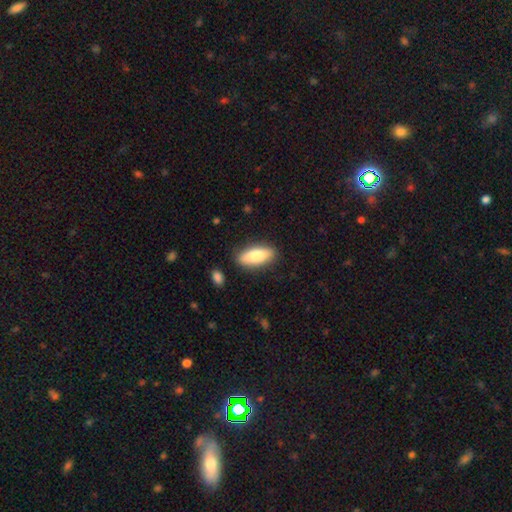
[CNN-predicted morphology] smooth 79%, featured or disk 15%, star or artifact 6%. Down the decision tree: how rounded — in between (78%); merging — none (86%).